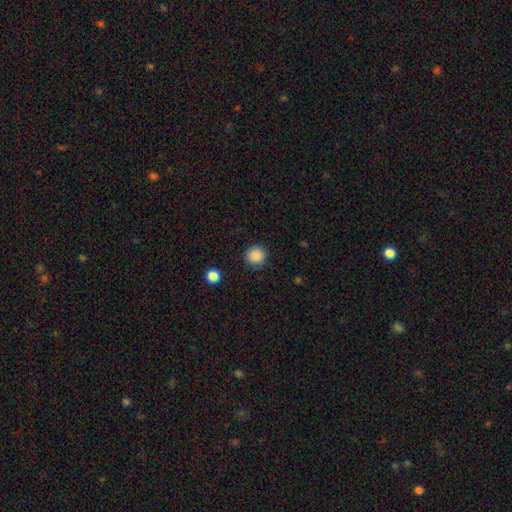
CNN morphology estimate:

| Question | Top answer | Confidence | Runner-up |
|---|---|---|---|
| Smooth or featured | smooth | 88% | star or artifact (10%) |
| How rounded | round | 93% | in between (6%) |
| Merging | none | 90% | minor disturbance (7%) |